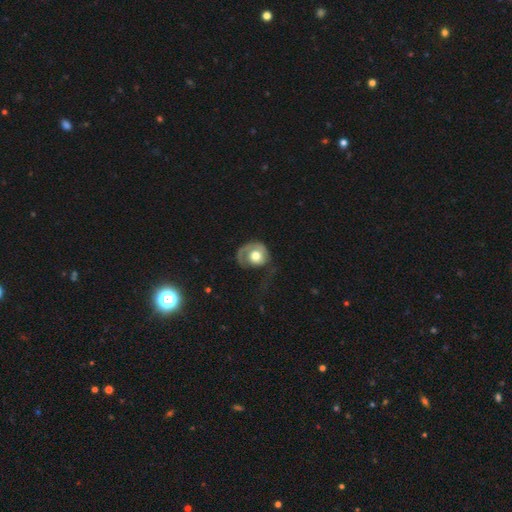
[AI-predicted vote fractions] smooth-or-featured: featured or disk: 51% | smooth: 42% | star or artifact: 6%
  disk-edge-on: no: 97% | yes: 3%
  merging: major disturbance: 43% | none: 33% | minor disturbance: 21% | merger: 3%